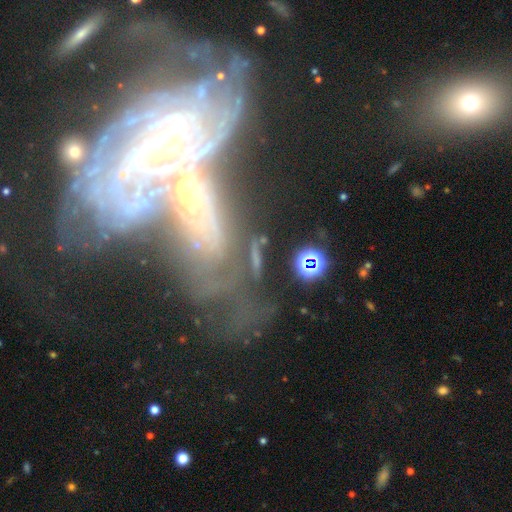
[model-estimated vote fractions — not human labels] featured or disk 47%, star or artifact 27%, smooth 26%. Down the decision tree: merging — none (53%).